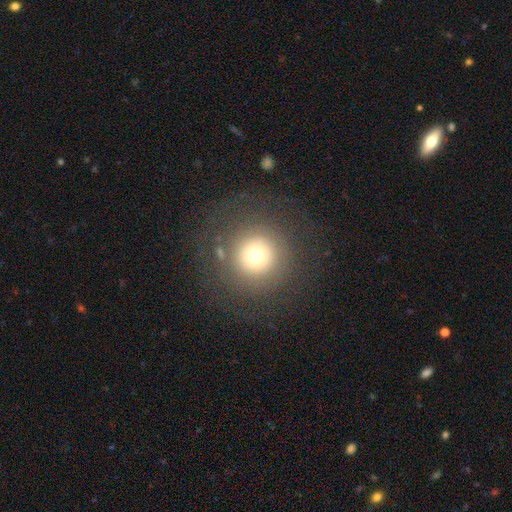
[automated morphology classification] This appears to be a smooth galaxy with no disk features (67%) that is round (96%). Merging: none (77%).